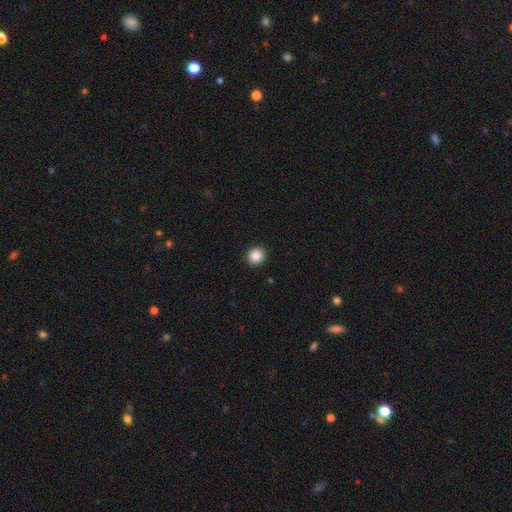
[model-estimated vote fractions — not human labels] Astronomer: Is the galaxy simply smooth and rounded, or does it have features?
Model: smooth — 87%.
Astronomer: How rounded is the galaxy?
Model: round — 89%.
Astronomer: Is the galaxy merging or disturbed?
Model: none — 92%.